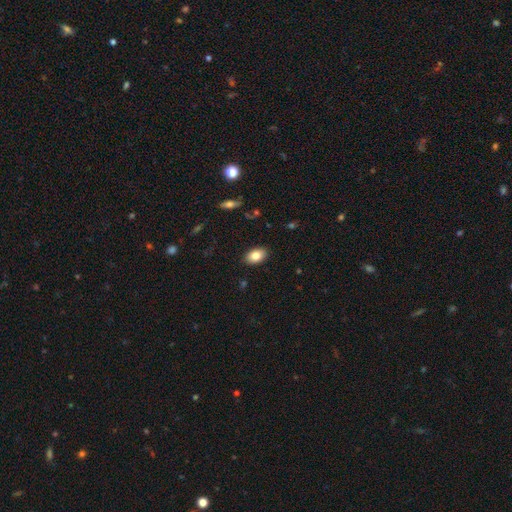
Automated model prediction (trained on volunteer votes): Smooth or featured: smooth — 84% (featured or disk — 9%)
How rounded: in between — 89% (round — 10%)
Merging: none — 89% (minor disturbance — 8%)